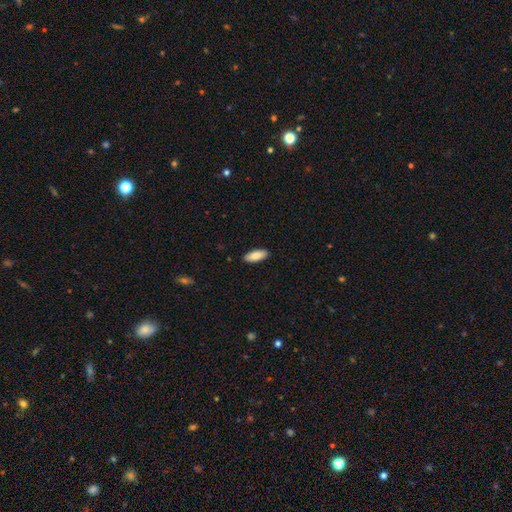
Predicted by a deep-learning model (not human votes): Smooth or featured: smooth — 85% (featured or disk — 9%)
How rounded: in between — 82% (cigar-shaped — 17%)
Merging: none — 90% (minor disturbance — 7%)